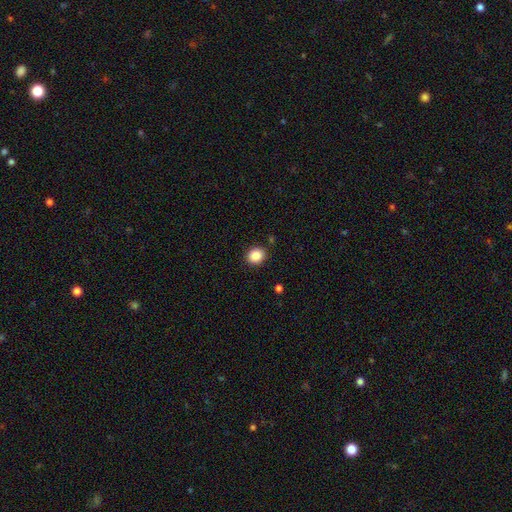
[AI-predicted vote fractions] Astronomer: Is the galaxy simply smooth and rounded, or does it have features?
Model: smooth — 87%.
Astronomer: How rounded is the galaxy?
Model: round — 73%.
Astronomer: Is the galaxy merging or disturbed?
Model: none — 88%.